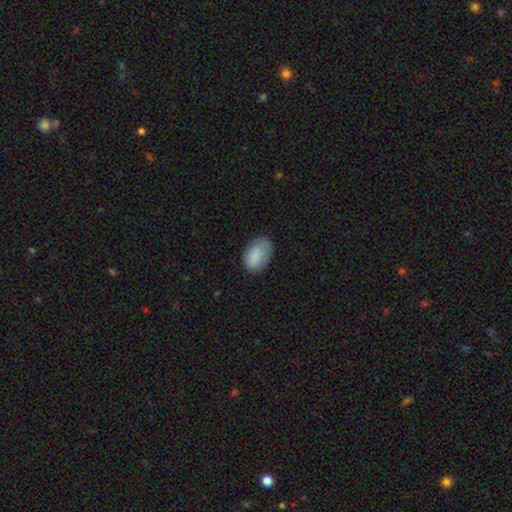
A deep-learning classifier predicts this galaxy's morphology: A smooth galaxy with no disk features (86%) that is in between round and cigar-shaped (89%). Merging: none (70%).